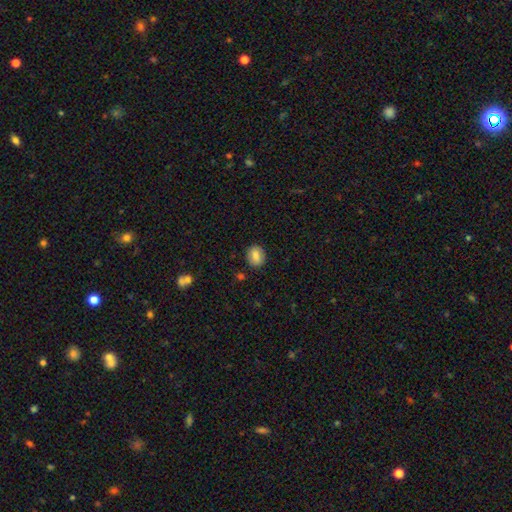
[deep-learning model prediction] Morphology: type=smooth (79%); roundness=round (54%); merging=none (87%).